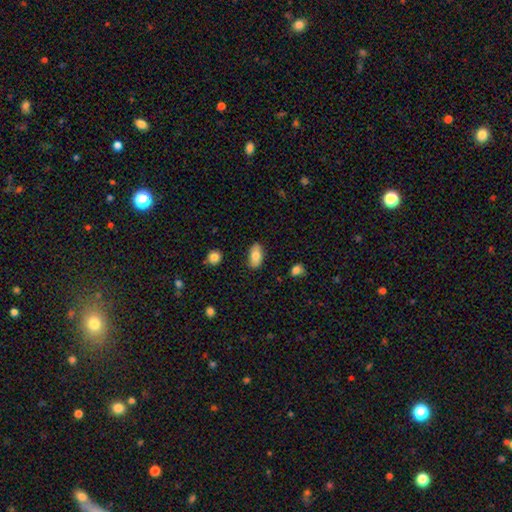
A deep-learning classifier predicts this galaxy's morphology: smooth 80%, featured or disk 13%, star or artifact 7%. Down the decision tree: how rounded — in between (92%); merging — none (84%).